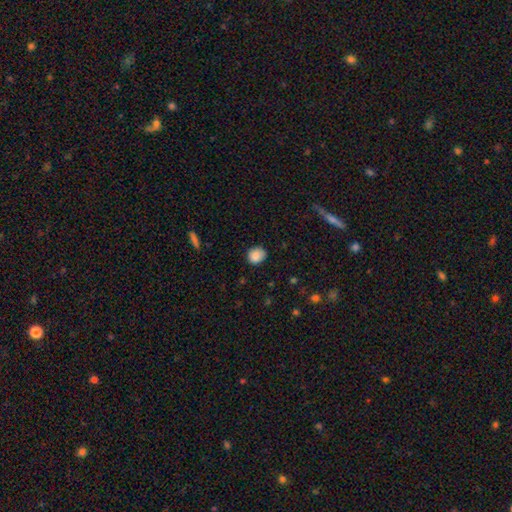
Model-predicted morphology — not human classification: This appears to be a smooth galaxy with no disk features (87%) that is round (75%). Merging: none (79%).